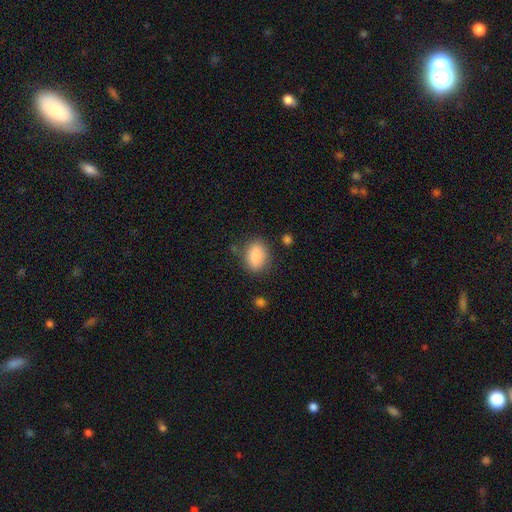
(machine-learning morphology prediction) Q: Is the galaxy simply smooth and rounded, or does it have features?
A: smooth — 87%.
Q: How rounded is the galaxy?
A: in between — 81%.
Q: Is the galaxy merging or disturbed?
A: none — 76%.